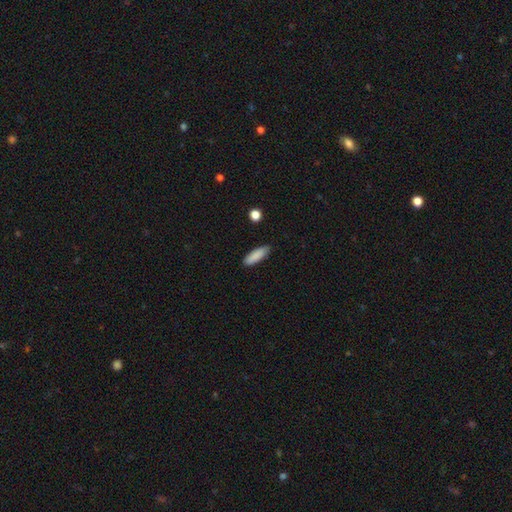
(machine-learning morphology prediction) smooth_or_featured: smooth (p=0.87) [alt: star or artifact p=0.06]
how_rounded: cigar-shaped (p=0.50) [alt: in between p=0.48]
merging: none (p=0.86) [alt: minor disturbance p=0.11]